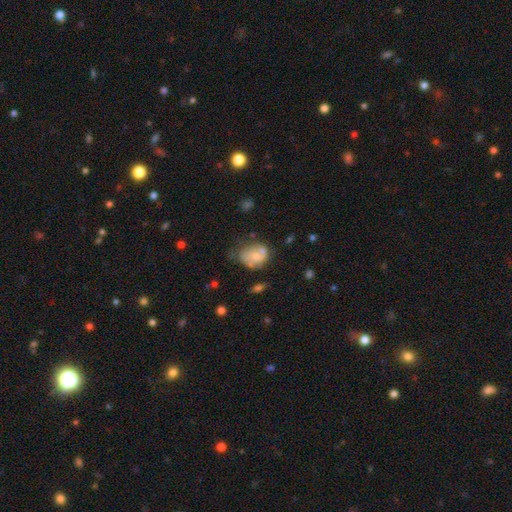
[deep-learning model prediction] smooth 58%, featured or disk 34%, star or artifact 9%. Down the decision tree: how rounded — in between (63%); merging — none (36%).